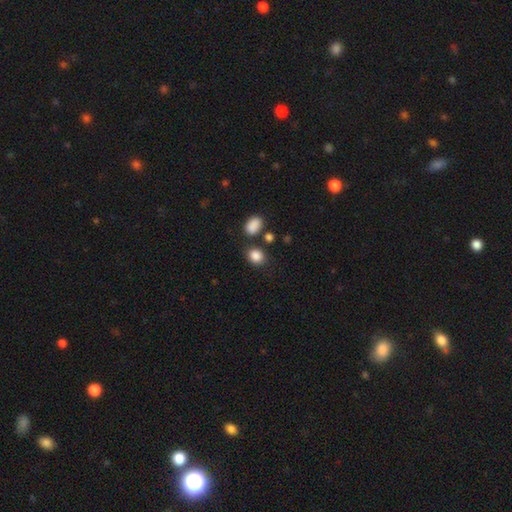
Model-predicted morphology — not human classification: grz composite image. It shows a smooth galaxy with no disk features (86%) that is round (54%). Merging: none (75%).